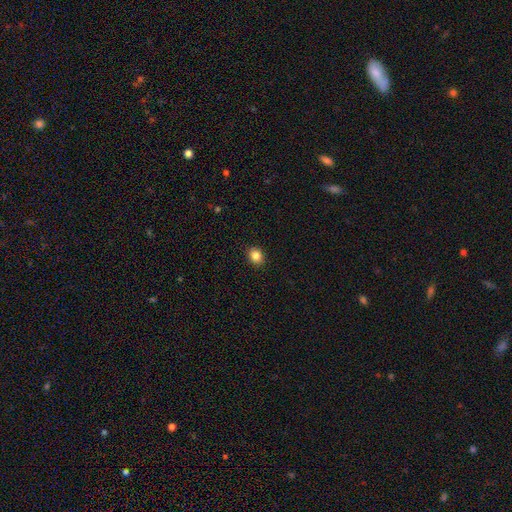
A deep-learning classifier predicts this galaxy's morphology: The model was most divided on "how rounded": round: 62%, in between: 37%, cigar-shaped: 1%. More confident: merging — none (91%); smooth or featured — smooth (85%).